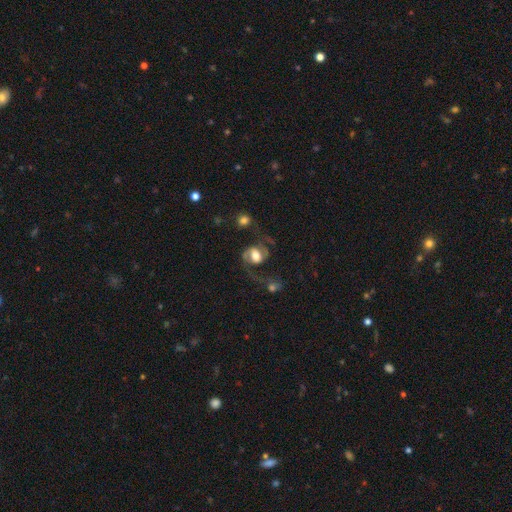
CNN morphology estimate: Overall: featured or disk (69%). Edge-on disk: no (97%). Bar: no (42%; weak 41%). Spiral arms: yes (88%). Spiral arm count: 2 (88%). Spiral winding: loose (48%; medium 41%). Bulge size: moderate (47%; large 39%). Merging: none (48%; major disturbance 25%).